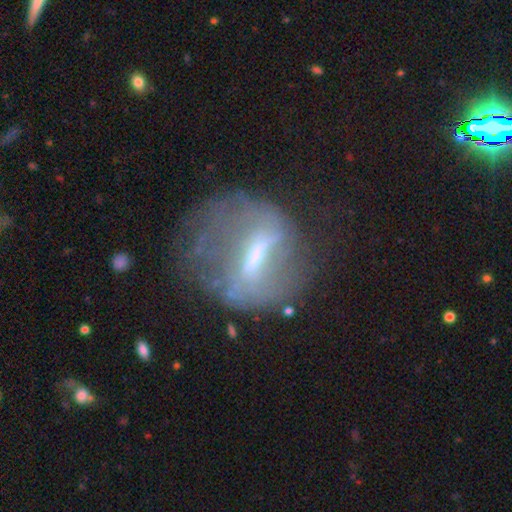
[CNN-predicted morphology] Smooth or featured?
  - featured or disk: 69% *
  - smooth: 21%
  - star or artifact: 10%
Edge-on disk?
  - no: 84% *
  - yes: 16%
Bar?
  - strong: 61% *
  - weak: 27%
  - no: 12%
Spiral arms?
  - no: 58% *
  - yes: 42%
Bulge size?
  - small: 40% *
  - moderate: 39%
  - none: 12%
  - large: 6%
  - dominant: 2%
Merging?
  - none: 51% *
  - major disturbance: 23%
  - minor disturbance: 21%
  - merger: 4%